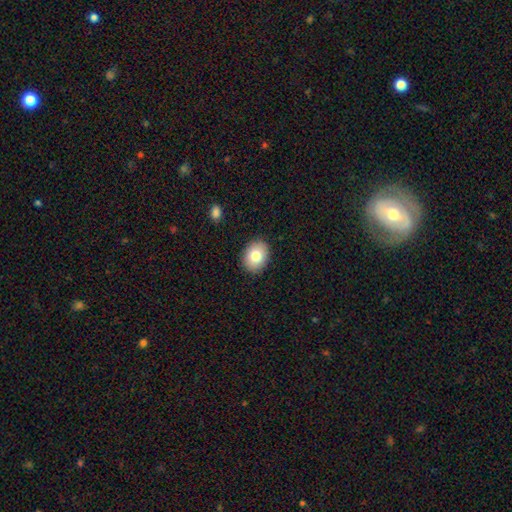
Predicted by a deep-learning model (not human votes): Smooth or featured: smooth — 80% (featured or disk — 12%)
How rounded: in between — 58% (round — 41%)
Merging: none — 89% (minor disturbance — 8%)